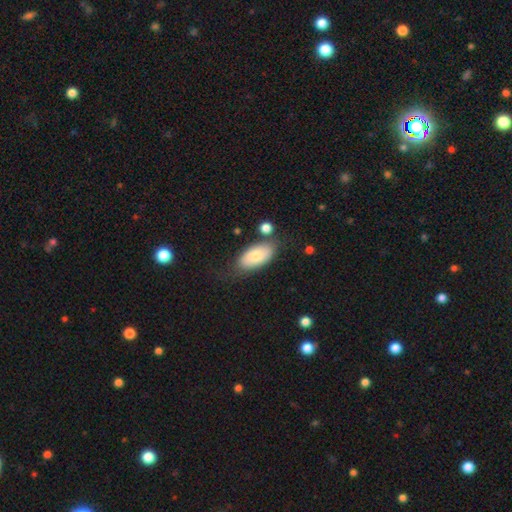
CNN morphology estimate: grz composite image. It shows a smooth galaxy with no disk features (74%) that is in between round and cigar-shaped (92%). Merging: none (65%).